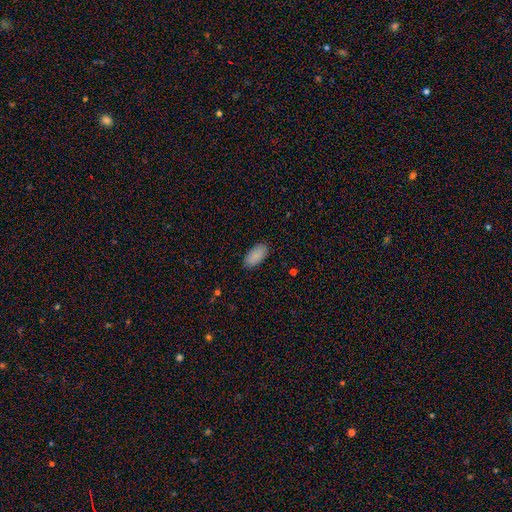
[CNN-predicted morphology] smooth-or-featured: smooth: 89% | star or artifact: 7% | featured or disk: 4%
  how-rounded: in between: 94% | cigar-shaped: 3% | round: 2%
  merging: none: 87% | minor disturbance: 10% | major disturbance: 2% | merger: 1%